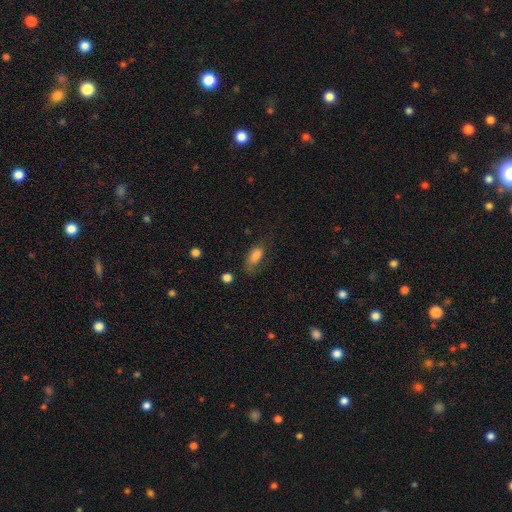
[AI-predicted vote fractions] Overall: smooth (80%). How rounded: in between (86%). Merging: none (52%; minor disturbance 29%).